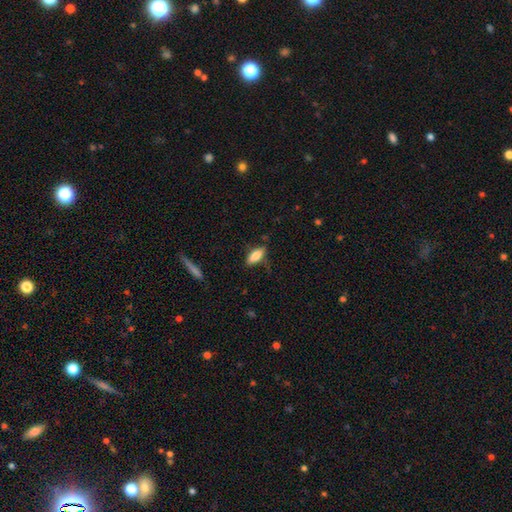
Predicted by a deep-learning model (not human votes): A smooth galaxy with no disk features (81%) that is in between round and cigar-shaped (78%).

Vote fractions:
- Smooth or featured? smooth: 81% / featured or disk: 12% / star or artifact: 7%
- How rounded? in between: 78% / cigar-shaped: 19% / round: 2%
- Merging? none: 75% / minor disturbance: 18% / major disturbance: 4% / merger: 2%